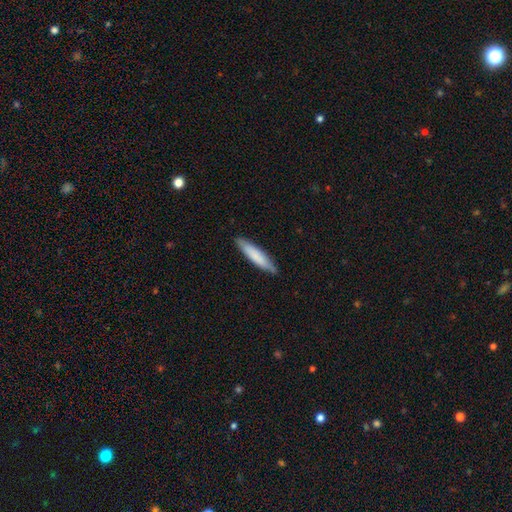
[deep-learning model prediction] Overall: smooth (77%). How rounded: cigar-shaped (84%). Merging: none (84%).